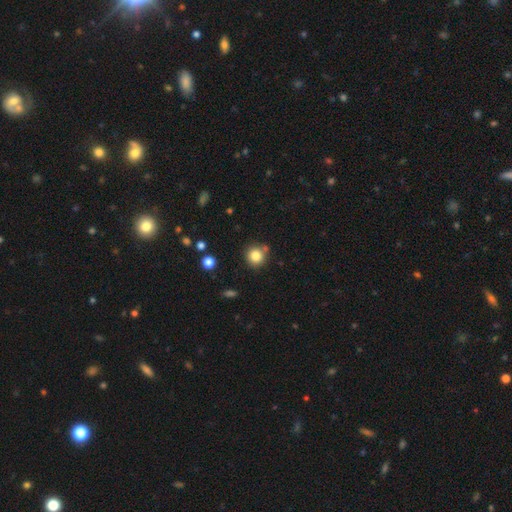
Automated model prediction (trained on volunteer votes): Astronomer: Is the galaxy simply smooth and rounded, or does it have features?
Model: smooth — 82%.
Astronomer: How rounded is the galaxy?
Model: round — 92%.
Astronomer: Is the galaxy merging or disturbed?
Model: none — 77%.